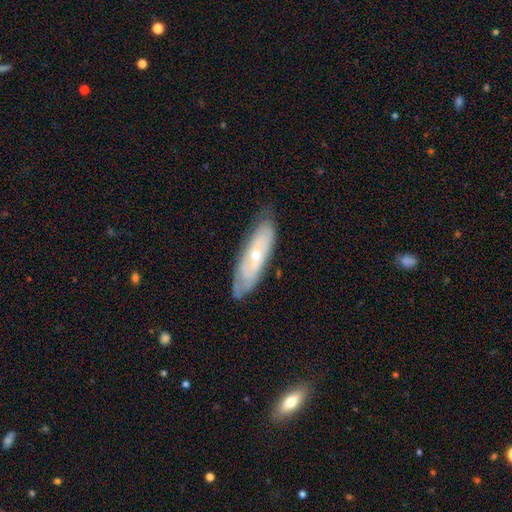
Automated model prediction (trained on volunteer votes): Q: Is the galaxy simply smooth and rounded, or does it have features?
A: featured or disk — 65%.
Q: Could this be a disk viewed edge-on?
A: no — 73%.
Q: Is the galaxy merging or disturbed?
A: none — 72%.